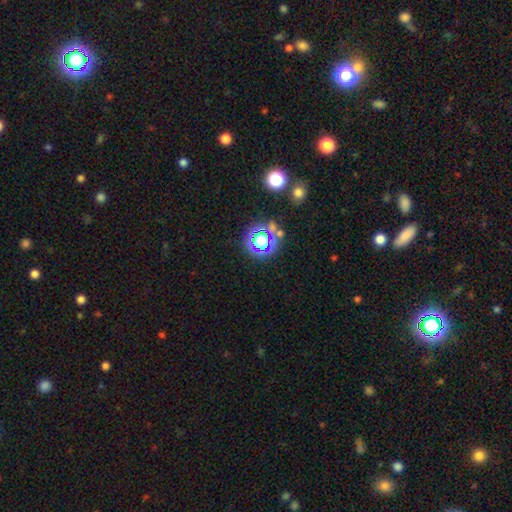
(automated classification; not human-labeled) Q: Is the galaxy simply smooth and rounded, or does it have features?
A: star or artifact — 75%.